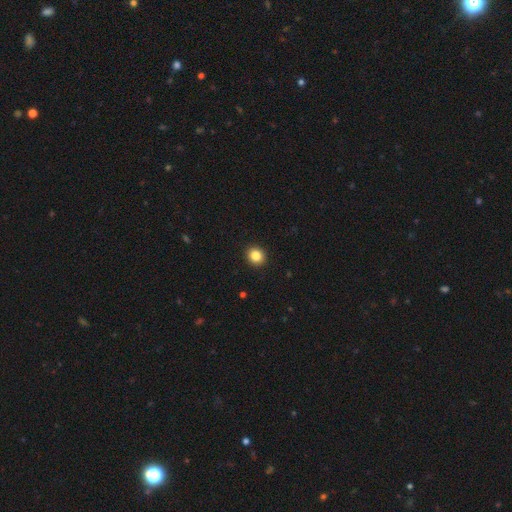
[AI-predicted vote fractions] Overall: smooth (85%). How rounded: round (84%). Merging: none (93%).